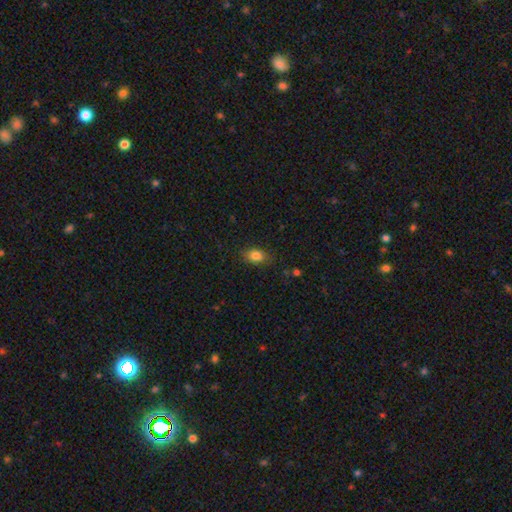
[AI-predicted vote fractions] smooth_or_featured: smooth (p=0.84) [alt: star or artifact p=0.10]
how_rounded: in between (p=0.79) [alt: round p=0.19]
merging: none (p=0.83) [alt: minor disturbance p=0.13]